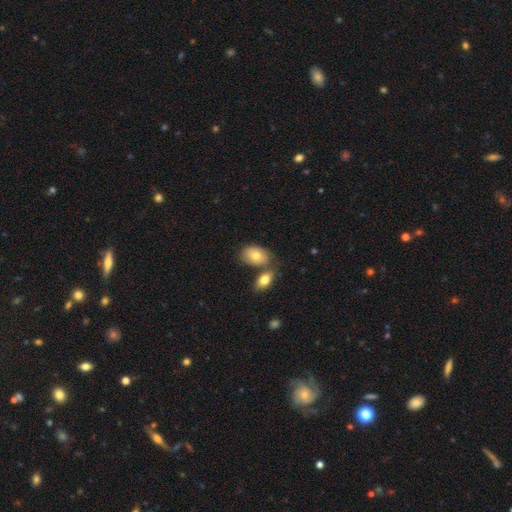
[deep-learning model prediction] This appears to be a smooth galaxy with no disk features (74%) that is in between round and cigar-shaped (88%). Merging: none (50%).